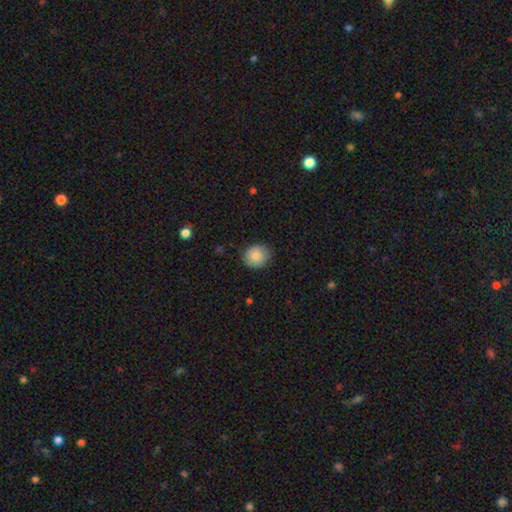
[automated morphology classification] smooth-or-featured: smooth: 86% | star or artifact: 8% | featured or disk: 6%
  how-rounded: round: 81% | in between: 18% | cigar-shaped: 1%
  merging: none: 84% | minor disturbance: 12% | major disturbance: 2% | merger: 1%